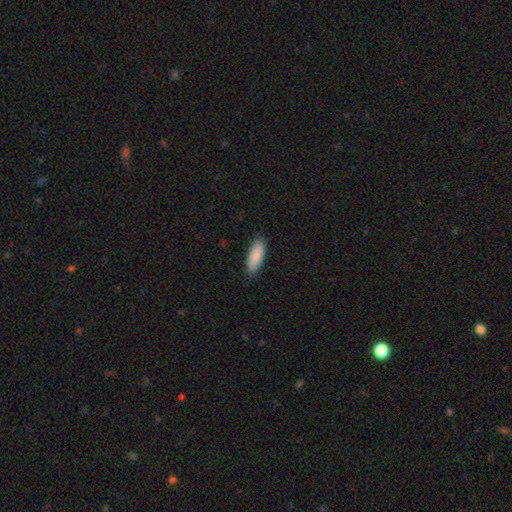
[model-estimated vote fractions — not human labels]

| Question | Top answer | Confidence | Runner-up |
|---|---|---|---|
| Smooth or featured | smooth | 89% | star or artifact (5%) |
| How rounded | in between | 66% | cigar-shaped (33%) |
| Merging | none | 84% | minor disturbance (13%) |